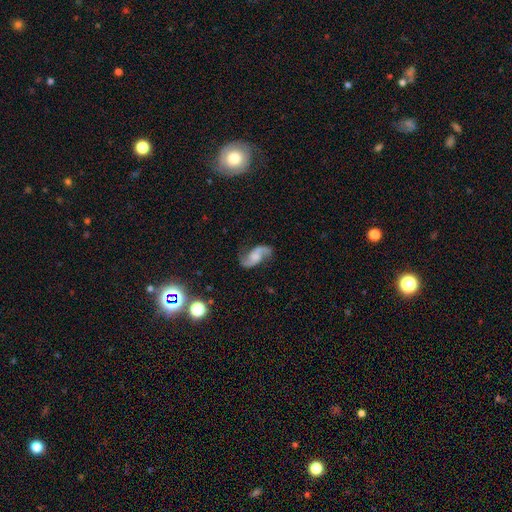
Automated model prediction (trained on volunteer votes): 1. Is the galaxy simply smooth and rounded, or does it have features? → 83% featured or disk, 11% smooth, 6% star or artifact.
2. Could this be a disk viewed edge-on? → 97% no, 3% yes.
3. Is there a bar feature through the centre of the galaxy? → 55% no, 36% weak, 9% strong.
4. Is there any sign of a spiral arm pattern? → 96% yes, 4% no.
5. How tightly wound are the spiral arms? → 64% loose, 30% medium, 7% tight.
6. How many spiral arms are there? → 93% 2, 2% can't tell, 2% 1, 1% 3, 1% 4, 1% more than 4.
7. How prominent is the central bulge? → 37% none, 26% moderate, 23% small, 13% large, 2% dominant.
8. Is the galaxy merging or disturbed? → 75% none, 15% minor disturbance, 7% major disturbance, 2% merger.